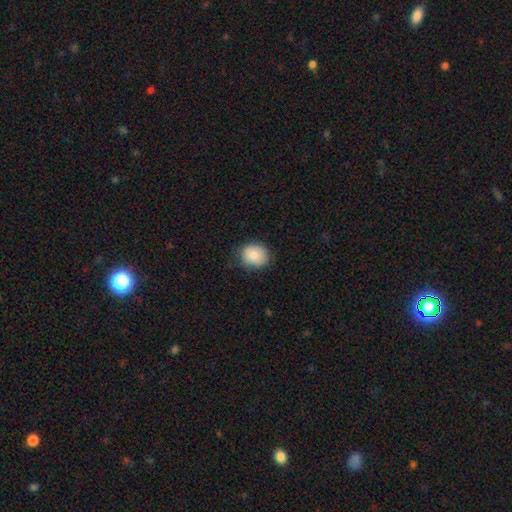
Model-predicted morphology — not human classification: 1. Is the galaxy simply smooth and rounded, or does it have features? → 78% smooth, 13% featured or disk, 10% star or artifact.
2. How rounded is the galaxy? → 74% round, 25% in between, 1% cigar-shaped.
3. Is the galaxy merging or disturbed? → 80% none, 16% minor disturbance, 3% major disturbance, 1% merger.